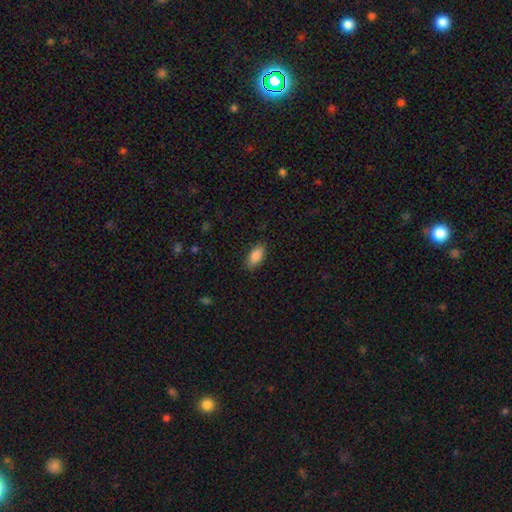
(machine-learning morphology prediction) smooth 87%, star or artifact 7%, featured or disk 6%. Down the decision tree: how rounded — in between (90%); merging — none (85%).